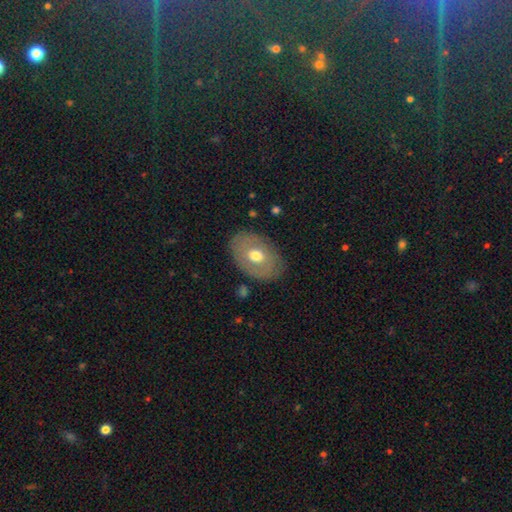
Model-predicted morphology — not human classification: Smooth or featured?
  - smooth: 56% *
  - featured or disk: 38%
  - star or artifact: 7%
How rounded?
  - in between: 79% *
  - round: 20%
  - cigar-shaped: 1%
Merging?
  - none: 82% *
  - minor disturbance: 12%
  - major disturbance: 4%
  - merger: 1%